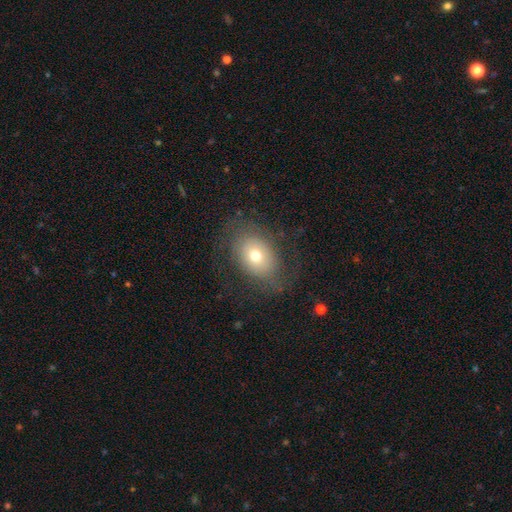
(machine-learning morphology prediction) smooth_or_featured: smooth (p=0.64) [alt: featured or disk p=0.25]
how_rounded: in between (p=0.70) [alt: round p=0.29]
merging: none (p=0.69) [alt: minor disturbance p=0.16]